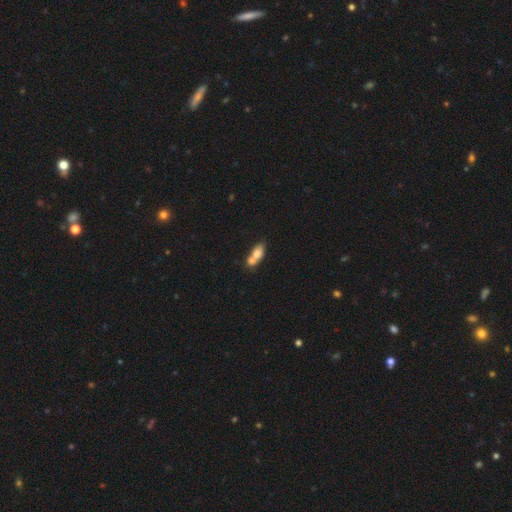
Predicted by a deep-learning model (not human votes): Smooth or featured?
  - smooth: 73% *
  - featured or disk: 18%
  - star or artifact: 9%
How rounded?
  - in between: 73% *
  - cigar-shaped: 14%
  - round: 13%
Merging?
  - merger: 61% *
  - none: 25%
  - minor disturbance: 9%
  - major disturbance: 5%